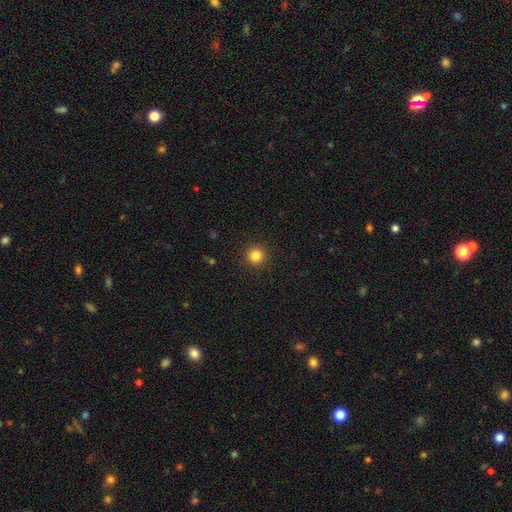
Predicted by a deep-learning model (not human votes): A smooth galaxy with no disk features (84%) that is round (95%).

Vote fractions:
- Smooth or featured? smooth: 84% / star or artifact: 12% / featured or disk: 4%
- How rounded? round: 95% / in between: 4% / cigar-shaped: 1%
- Merging? none: 92% / minor disturbance: 5% / major disturbance: 2% / merger: 1%